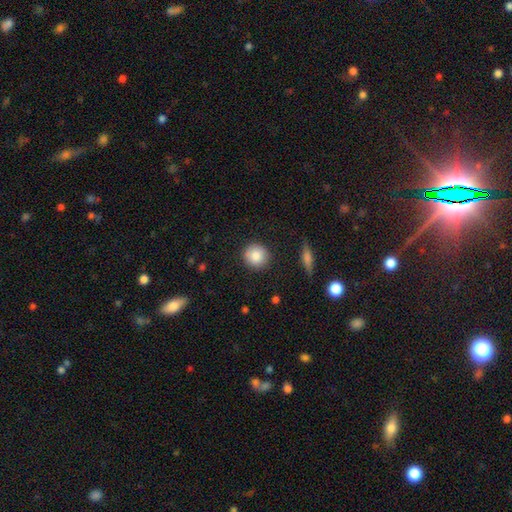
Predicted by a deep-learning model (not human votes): smooth_or_featured: smooth (p=0.86) [alt: star or artifact p=0.08]
how_rounded: round (p=0.91) [alt: in between p=0.07]
merging: none (p=0.89) [alt: minor disturbance p=0.08]